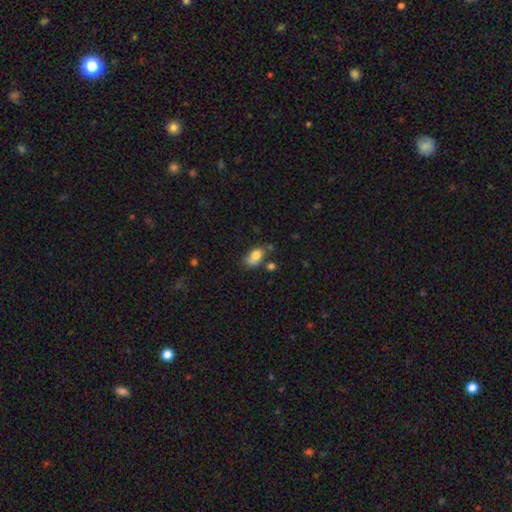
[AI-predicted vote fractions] smooth 78%, featured or disk 13%, star or artifact 9%. Down the decision tree: how rounded — in between (85%); merging — none (49%).